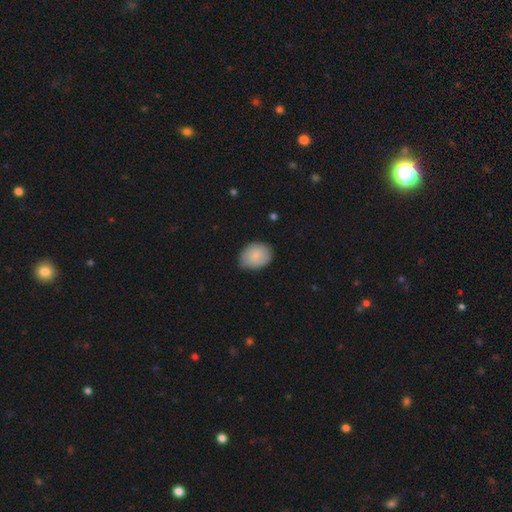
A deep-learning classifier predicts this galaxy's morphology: Smooth or featured? smooth (80%)
How rounded? in between (62%)
Merging? none (75%)